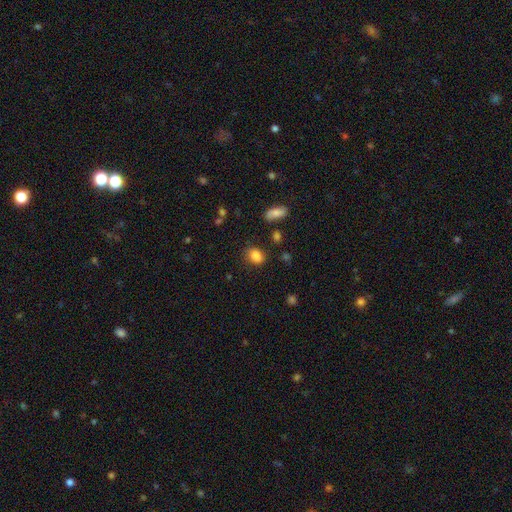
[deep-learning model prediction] Smooth or featured? smooth (85%)
How rounded? in between (64%)
Merging? none (78%)